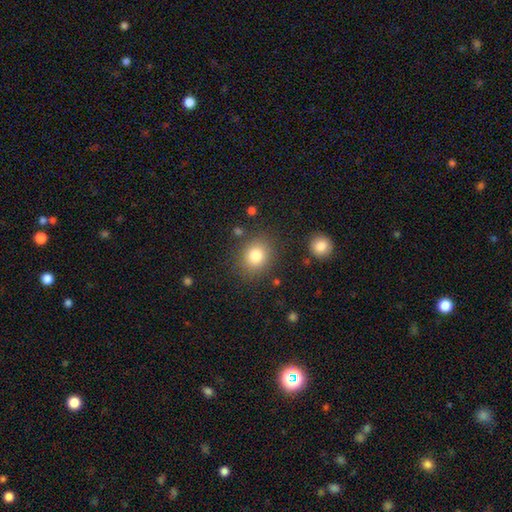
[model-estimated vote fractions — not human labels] The model was most divided on "how rounded": round: 69%, in between: 30%, cigar-shaped: 1%. More confident: merging — none (82%); smooth or featured — smooth (80%).